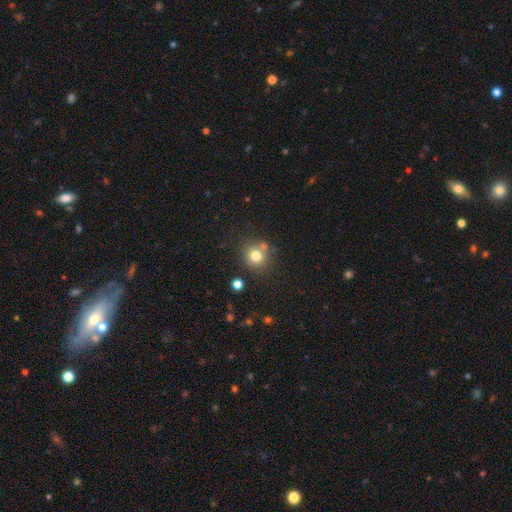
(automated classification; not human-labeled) The model was most divided on "merging": none: 74%, merger: 12%, minor disturbance: 11%, major disturbance: 4%. More confident: how rounded — round (88%); smooth or featured — smooth (78%).